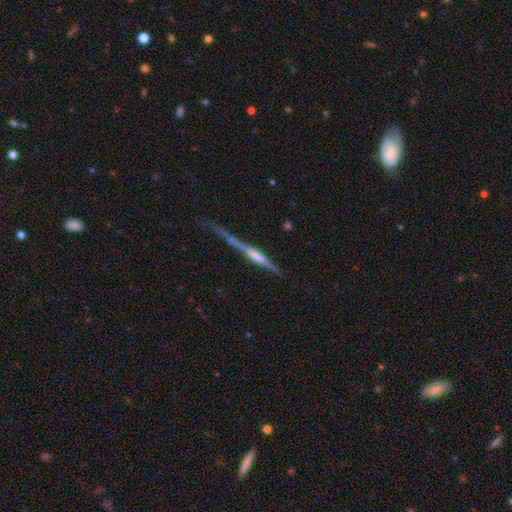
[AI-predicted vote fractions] featured or disk 74%, smooth 19%, star or artifact 7%. Down the decision tree: edge-on disk — yes (97%); edge-on bulge — rounded (48%); merging — none (66%).